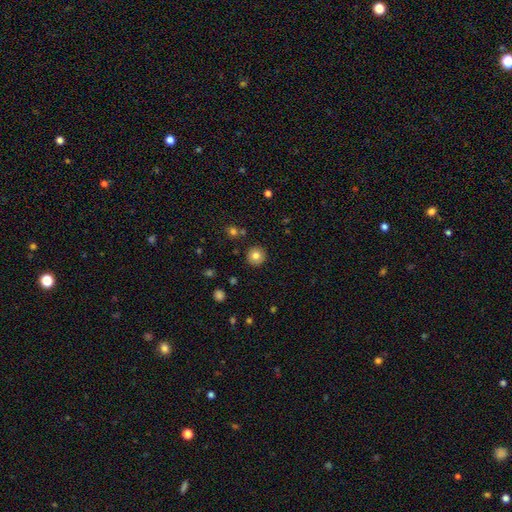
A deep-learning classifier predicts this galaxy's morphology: The model was most divided on "smooth or featured": smooth: 80%, star or artifact: 10%, featured or disk: 10%. More confident: how rounded — round (95%); merging — none (90%).